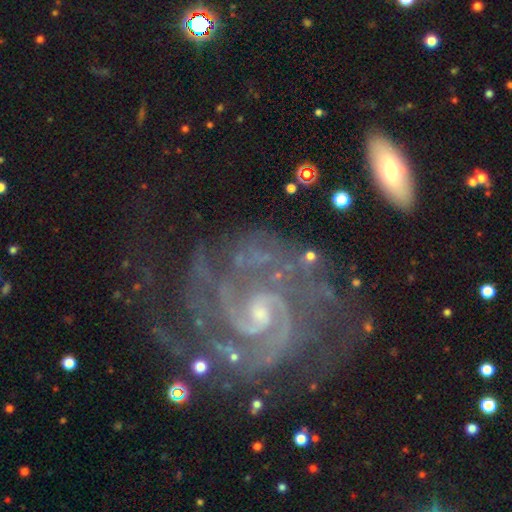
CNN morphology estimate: Smooth or featured: featured or disk — 91% (star or artifact — 6%)
Edge-on disk: no — 97% (yes — 3%)
Bar: no — 49% (weak — 39%)
Spiral arms: yes — 98% (no — 2%)
Spiral winding: tight — 56% (medium — 38%)
Spiral arm count: 2 — 62% (3 — 14%)
Bulge size: small — 60% (moderate — 32%)
Merging: none — 61% (minor disturbance — 20%)